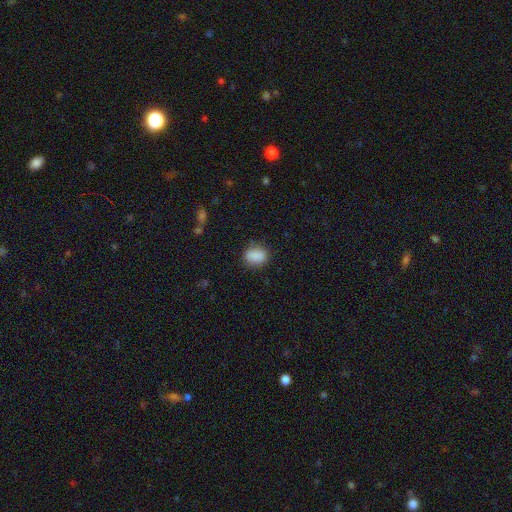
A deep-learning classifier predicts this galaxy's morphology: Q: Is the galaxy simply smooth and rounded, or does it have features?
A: smooth — 87%.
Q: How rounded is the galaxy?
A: in between — 62%.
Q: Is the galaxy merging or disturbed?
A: none — 81%.